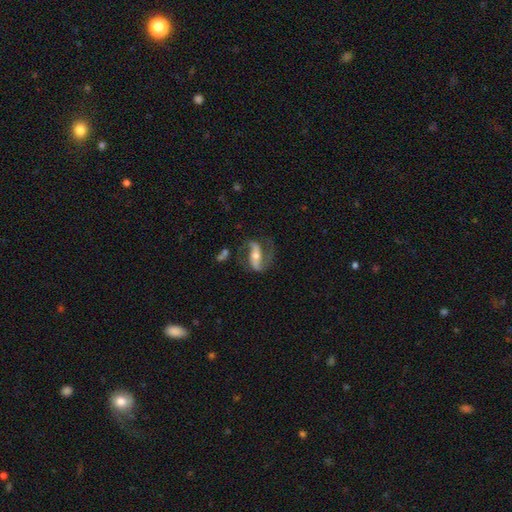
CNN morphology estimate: smooth_or_featured: featured or disk (p=0.85) [alt: smooth p=0.10]
disk_edge_on: no (p=0.93) [alt: yes p=0.07]
bar: strong (p=0.55) [alt: weak p=0.24]
has_spiral_arms: yes (p=0.94) [alt: no p=0.06]
spiral_winding: medium (p=0.44) [alt: loose p=0.41]
spiral_arm_count: 2 (p=0.90) [alt: 1 p=0.04]
bulge_size: moderate (p=0.58) [alt: small p=0.34]
merging: none (p=0.67) [alt: minor disturbance p=0.16]